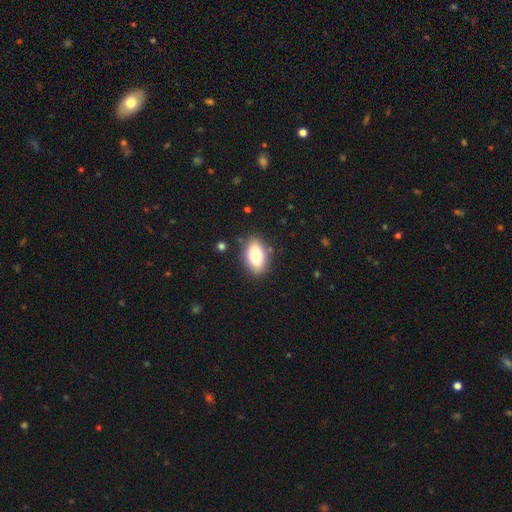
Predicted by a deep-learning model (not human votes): Q: Smooth or featured?
A: smooth (74%); runner-up: featured or disk (18%)
Q: How rounded?
A: in between (87%); runner-up: round (10%)
Q: Merging?
A: none (85%); runner-up: minor disturbance (11%)